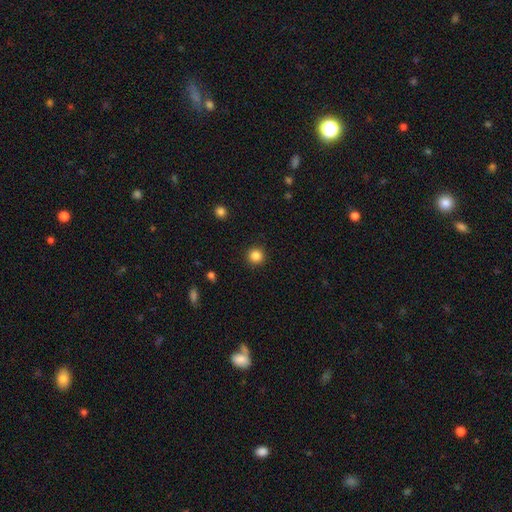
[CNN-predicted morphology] type=smooth (85%); roundness=round (95%); merging=none (92%).